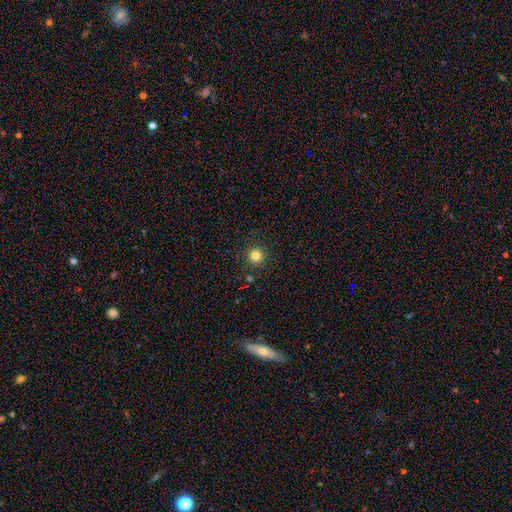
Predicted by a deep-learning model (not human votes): smooth-or-featured: smooth: 81% | star or artifact: 14% | featured or disk: 5%
  how-rounded: round: 96% | in between: 3% | cigar-shaped: 1%
  merging: none: 91% | minor disturbance: 5% | major disturbance: 2% | merger: 2%